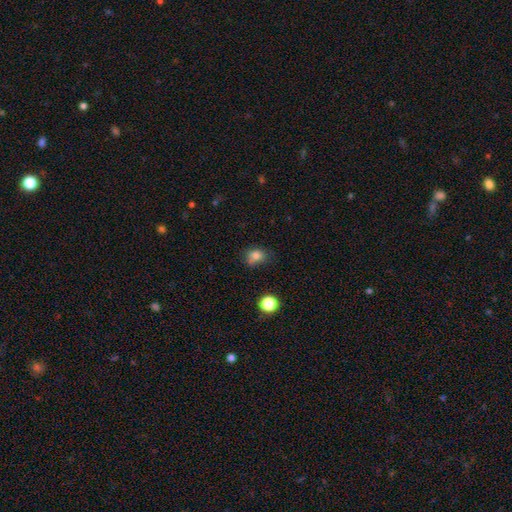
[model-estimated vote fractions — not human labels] Q: Smooth or featured?
A: smooth (79%); runner-up: star or artifact (13%)
Q: How rounded?
A: round (51%); runner-up: in between (48%)
Q: Merging?
A: none (50%); runner-up: minor disturbance (29%)